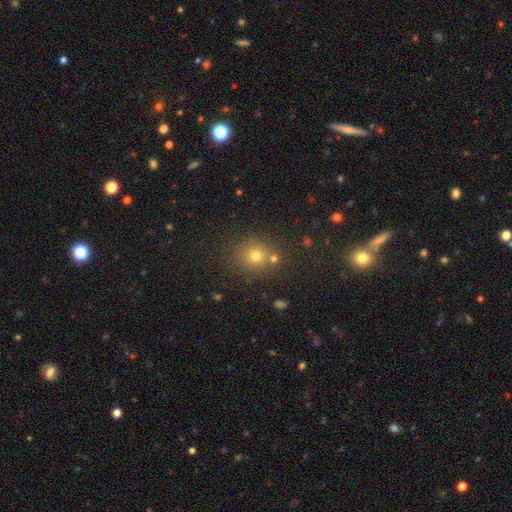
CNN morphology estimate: smooth_or_featured: smooth (p=0.72) [alt: star or artifact p=0.20]
how_rounded: round (p=0.86) [alt: in between p=0.13]
merging: none (p=0.76) [alt: merger p=0.13]